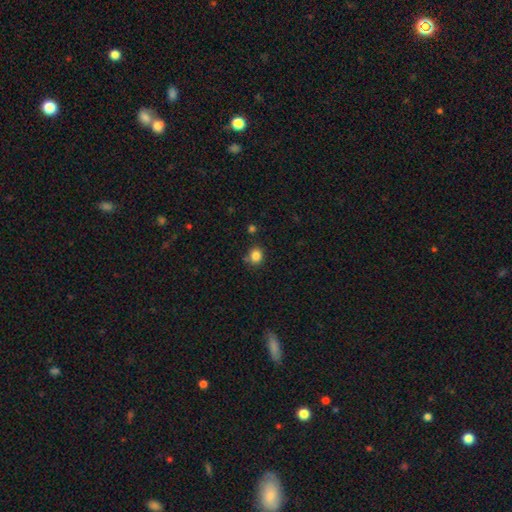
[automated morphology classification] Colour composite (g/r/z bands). It shows a smooth galaxy with no disk features (84%) that is round (78%). Merging: none (79%).